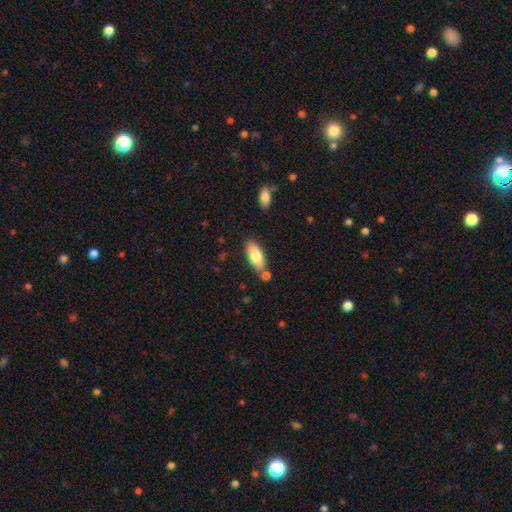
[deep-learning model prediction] smooth-or-featured: smooth: 79% | featured or disk: 15% | star or artifact: 6%
  how-rounded: in between: 81% | cigar-shaped: 17% | round: 2%
  merging: none: 74% | minor disturbance: 13% | merger: 11% | major disturbance: 3%